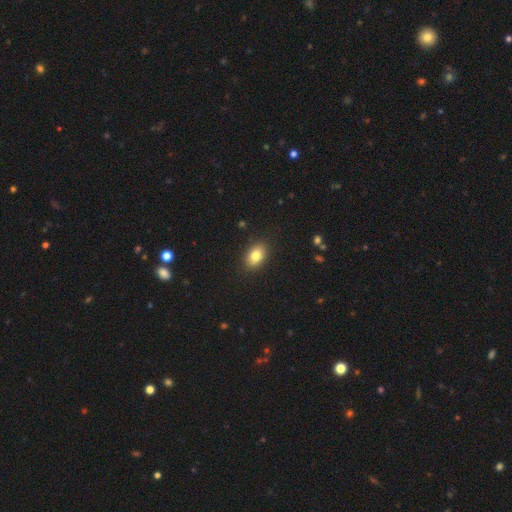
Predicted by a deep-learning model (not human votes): Morphology: type=smooth (82%); roundness=in between (81%); merging=none (89%).